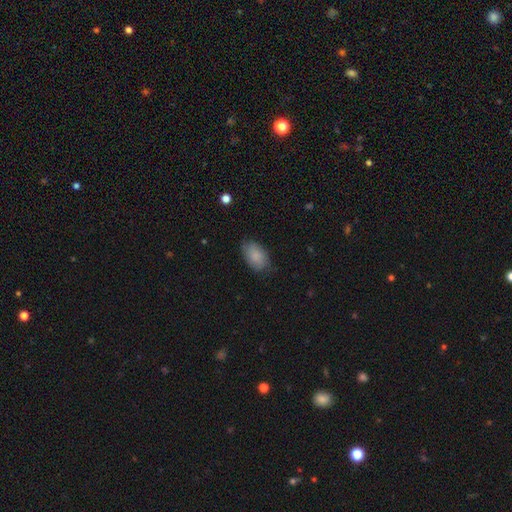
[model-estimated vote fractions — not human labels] Smooth or featured: smooth — 86% (featured or disk — 8%)
How rounded: in between — 92% (round — 6%)
Merging: none — 75% (minor disturbance — 19%)